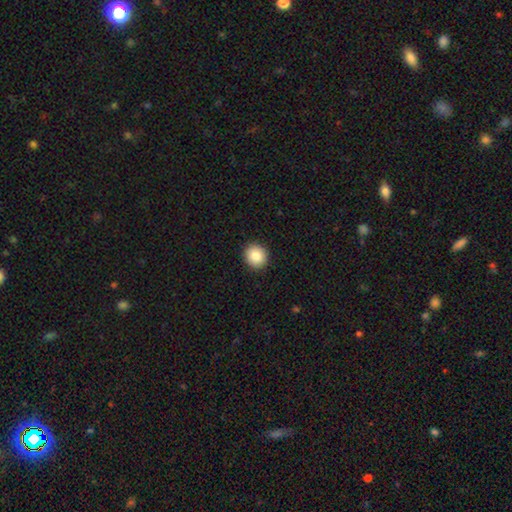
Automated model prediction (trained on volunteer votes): smooth-or-featured: smooth: 86% | star or artifact: 9% | featured or disk: 6%
  how-rounded: round: 89% | in between: 10% | cigar-shaped: 1%
  merging: none: 93% | minor disturbance: 5% | major disturbance: 2% | merger: 1%